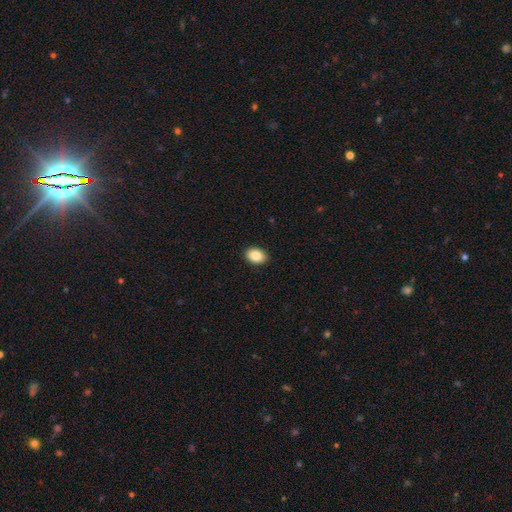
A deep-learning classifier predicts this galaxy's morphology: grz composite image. It shows a smooth galaxy with no disk features (88%) that is in between round and cigar-shaped (79%). Merging: none (90%).